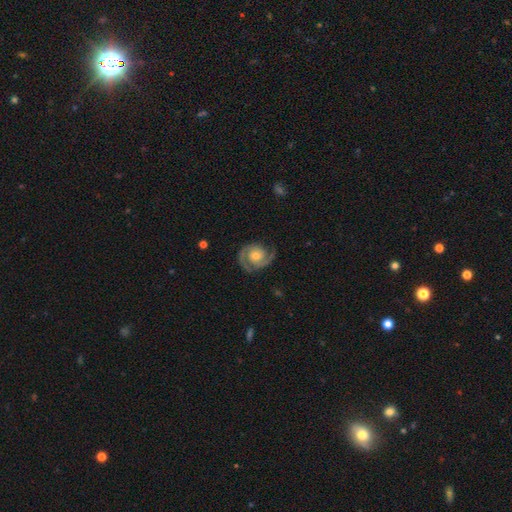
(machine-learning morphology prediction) A featured or disk galaxy (88%) with no bar (72%), 2 (83%) tight (52%) spiral arms (97%) and a moderate central bulge (50%). Merging: none (78%).